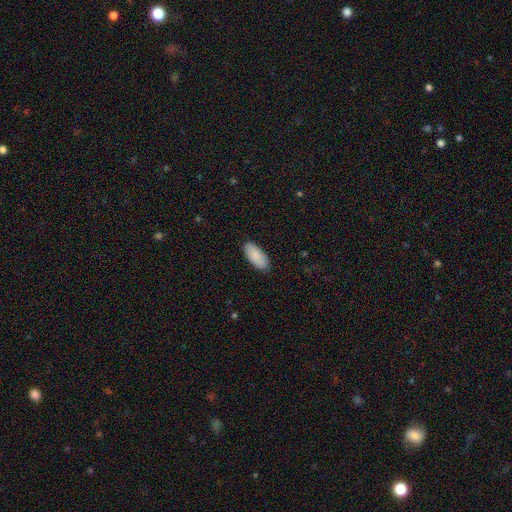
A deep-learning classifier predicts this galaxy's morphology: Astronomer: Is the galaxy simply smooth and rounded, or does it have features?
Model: smooth — 89%.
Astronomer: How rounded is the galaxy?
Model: in between — 90%.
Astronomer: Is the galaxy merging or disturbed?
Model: none — 87%.